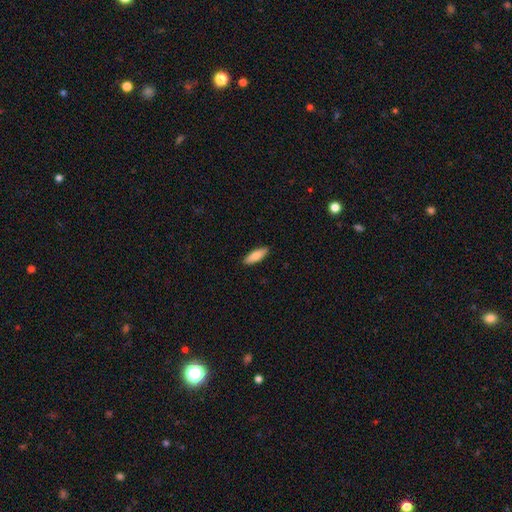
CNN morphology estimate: Overall: smooth (85%). How rounded: in between (58%; cigar-shaped 40%). Merging: none (89%).